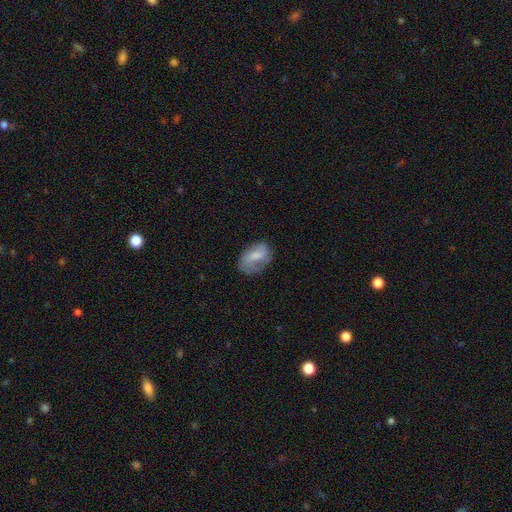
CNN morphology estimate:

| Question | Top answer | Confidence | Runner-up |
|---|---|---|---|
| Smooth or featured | smooth | 55% | featured or disk (37%) |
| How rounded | in between | 82% | round (16%) |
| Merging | none | 58% | minor disturbance (27%) |